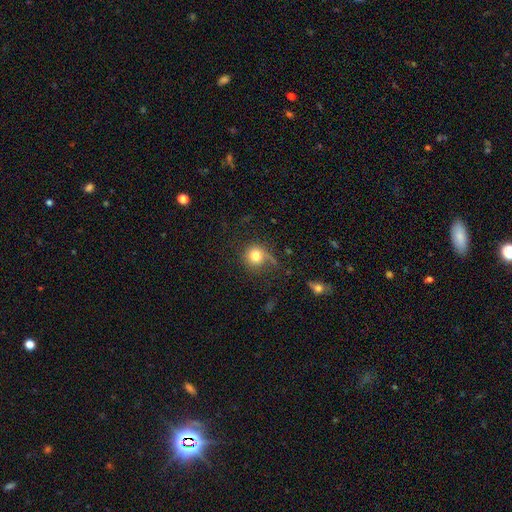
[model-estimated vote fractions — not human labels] A smooth galaxy with no disk features (78%) that is round (91%).

Vote fractions:
- Smooth or featured? smooth: 78% / star or artifact: 12% / featured or disk: 11%
- How rounded? round: 91% / in between: 8% / cigar-shaped: 1%
- Merging? none: 65% / minor disturbance: 20% / major disturbance: 12% / merger: 3%